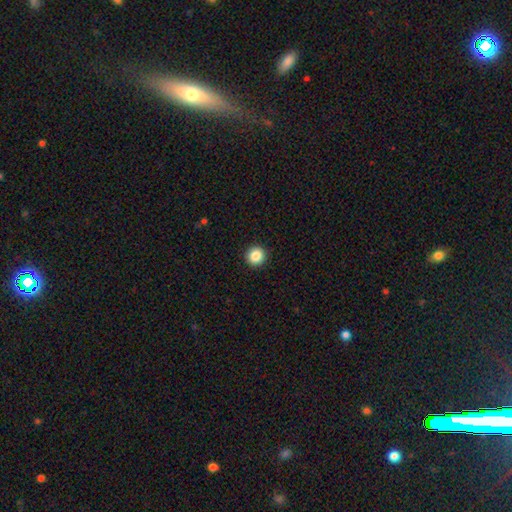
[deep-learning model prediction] A smooth galaxy with no disk features (87%) that is round (94%).

Vote fractions:
- Smooth or featured? smooth: 87% / star or artifact: 10% / featured or disk: 4%
- How rounded? round: 94% / in between: 5% / cigar-shaped: 1%
- Merging? none: 93% / minor disturbance: 4% / major disturbance: 2% / merger: 1%